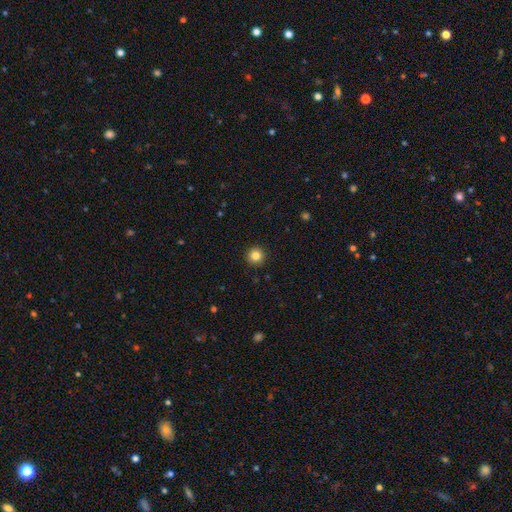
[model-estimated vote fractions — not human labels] Smooth or featured: smooth — 84% (star or artifact — 11%)
How rounded: round — 96% (in between — 3%)
Merging: none — 93% (minor disturbance — 5%)